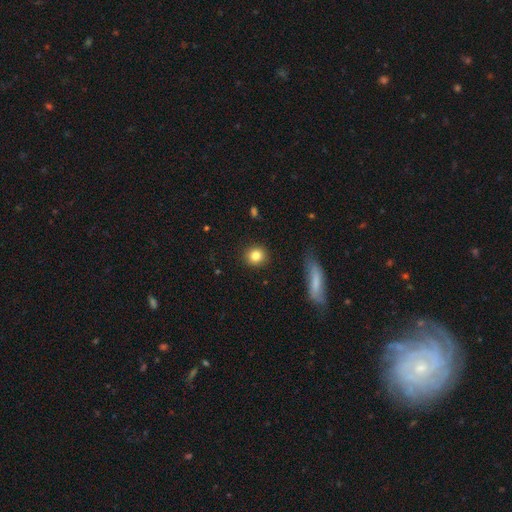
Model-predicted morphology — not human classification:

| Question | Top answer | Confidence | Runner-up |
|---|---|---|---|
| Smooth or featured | smooth | 83% | star or artifact (10%) |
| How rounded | round | 88% | in between (11%) |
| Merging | none | 90% | minor disturbance (6%) |